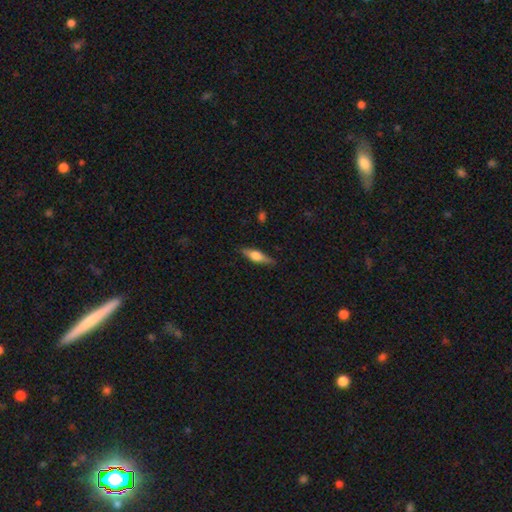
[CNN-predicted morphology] Overall: featured or disk (48%; smooth 46%). Merging: none (86%).